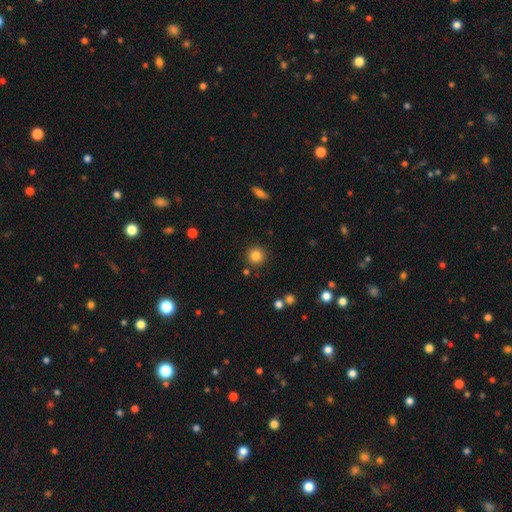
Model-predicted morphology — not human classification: This is clearly a smooth galaxy (84%). How rounded: clearly round (94%). Merging: clearly none (88%).